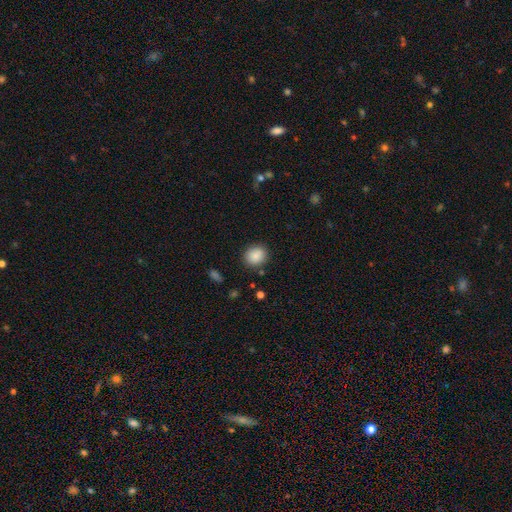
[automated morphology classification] Smooth or featured? Predicted: smooth (p=0.87). How rounded? Predicted: round (p=0.71). Merging? Predicted: none (p=0.86).